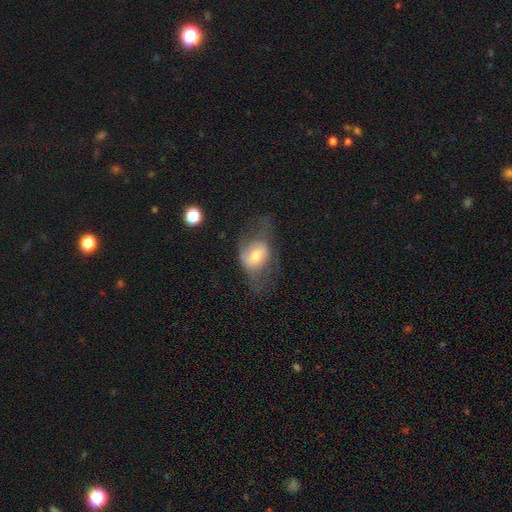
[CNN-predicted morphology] A featured or disk galaxy (48%). Merging: none (40%).